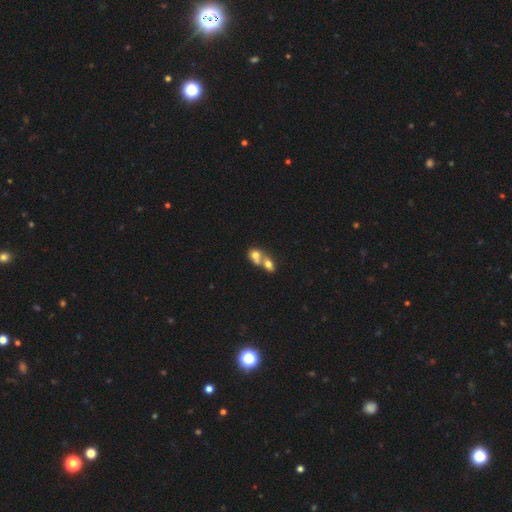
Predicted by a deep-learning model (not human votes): Morphology: type=smooth (69%); roundness=round (49%, tied with in between); merging=merger (75%).